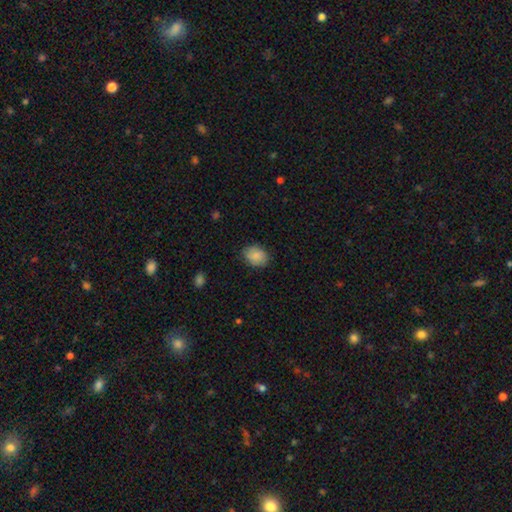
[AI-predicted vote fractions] The model was most divided on "how rounded": in between: 64%, round: 35%, cigar-shaped: 1%. More confident: smooth or featured — smooth (88%); merging — none (81%).